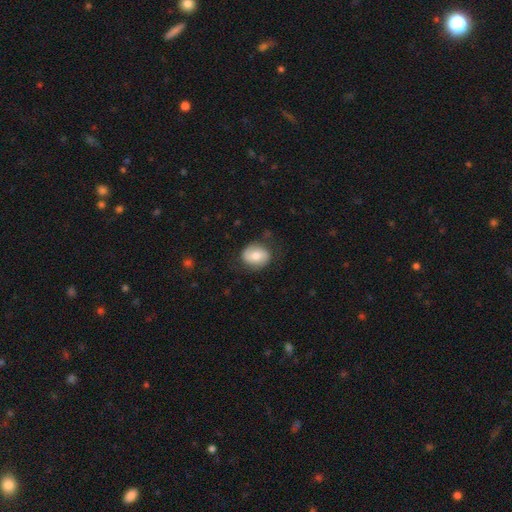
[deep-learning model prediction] A smooth galaxy with no disk features (61%) that is round (60%). Merging: none (75%).